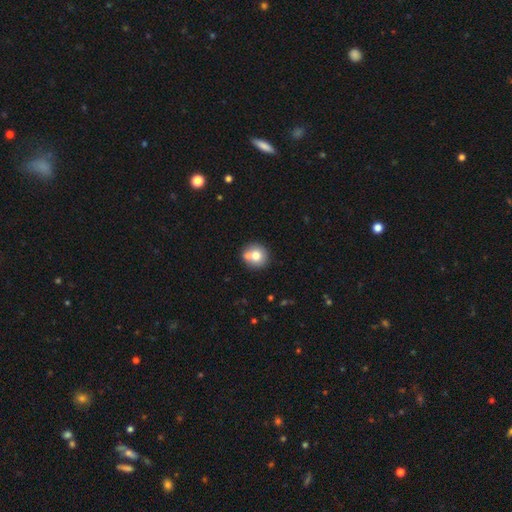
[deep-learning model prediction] The model was most divided on "merging": none: 64%, merger: 26%, minor disturbance: 8%, major disturbance: 2%. More confident: how rounded — round (91%); smooth or featured — smooth (72%).